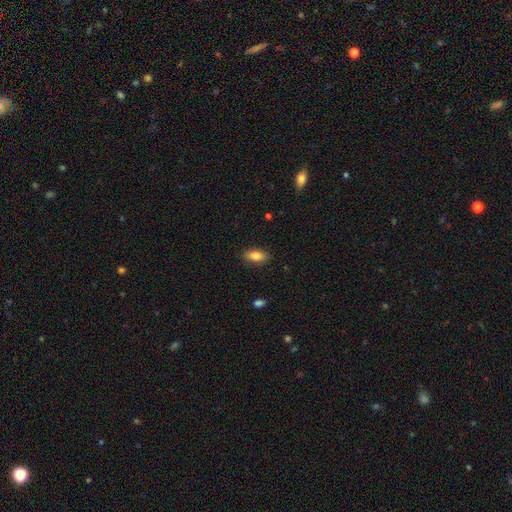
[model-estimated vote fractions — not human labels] Q: Smooth or featured?
A: smooth (83%); runner-up: featured or disk (10%)
Q: How rounded?
A: in between (88%); runner-up: cigar-shaped (8%)
Q: Merging?
A: none (86%); runner-up: minor disturbance (10%)